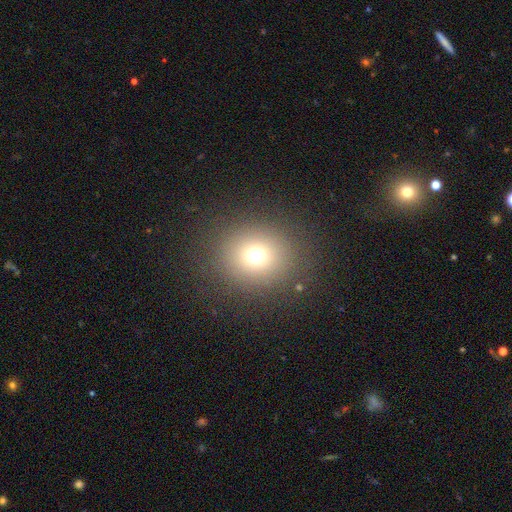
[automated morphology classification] A smooth galaxy with no disk features (70%) that is round (81%).

Vote fractions:
- Smooth or featured? smooth: 70% / star or artifact: 20% / featured or disk: 10%
- How rounded? round: 81% / in between: 19% / cigar-shaped: 1%
- Merging? none: 86% / minor disturbance: 7% / major disturbance: 5% / merger: 1%